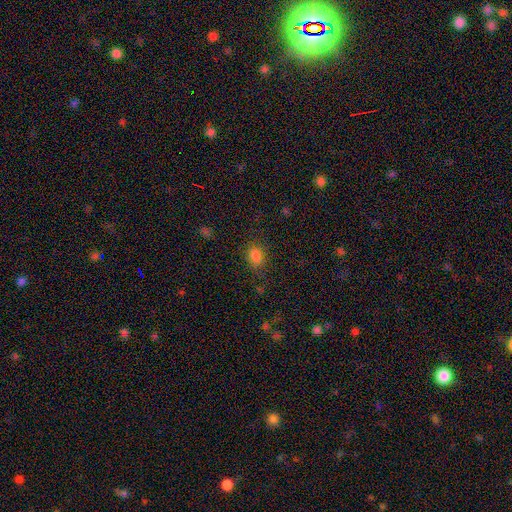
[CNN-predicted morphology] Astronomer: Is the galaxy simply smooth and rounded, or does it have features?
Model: smooth — 82%.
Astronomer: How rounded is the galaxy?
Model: in between — 60% (runner-up: round, 39%).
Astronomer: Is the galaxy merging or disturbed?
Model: none — 78%.